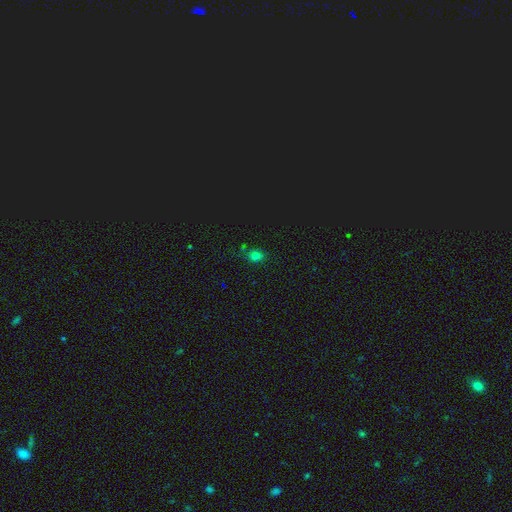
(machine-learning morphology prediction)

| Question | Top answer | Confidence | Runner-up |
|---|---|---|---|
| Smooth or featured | smooth | 64% | star or artifact (30%) |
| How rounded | round | 52% | in between (46%) |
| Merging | none | 70% | minor disturbance (17%) |